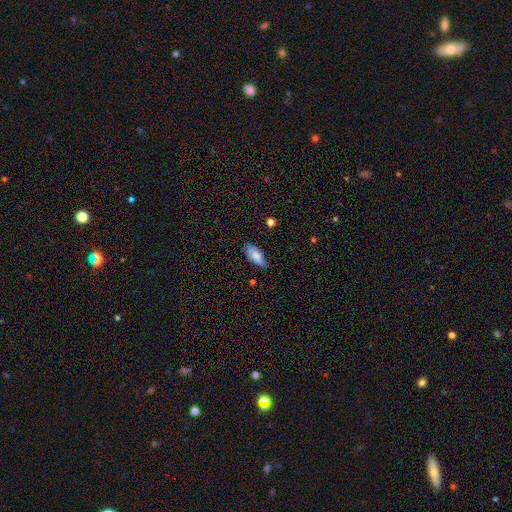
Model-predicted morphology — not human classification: Overall: smooth (84%). How rounded: in between (84%). Merging: none (78%).